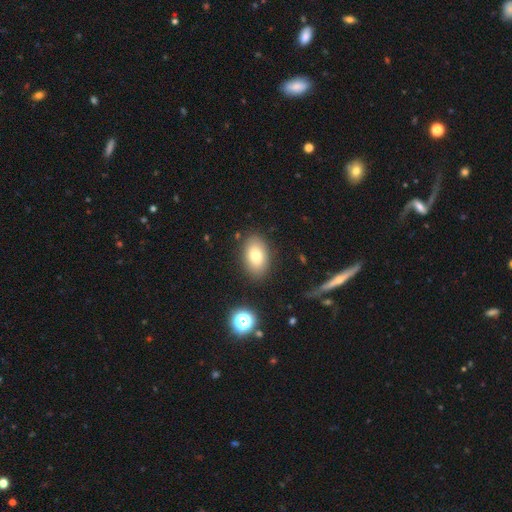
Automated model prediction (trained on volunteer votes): Smooth or featured?
  - smooth: 78% *
  - featured or disk: 13%
  - star or artifact: 9%
How rounded?
  - in between: 89% *
  - round: 10%
  - cigar-shaped: 1%
Merging?
  - none: 85% *
  - minor disturbance: 10%
  - major disturbance: 3%
  - merger: 2%